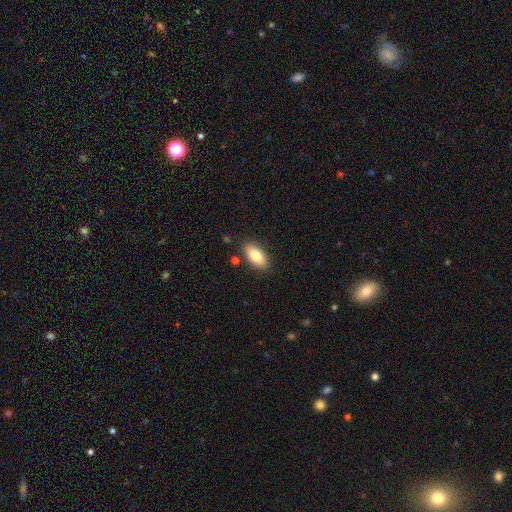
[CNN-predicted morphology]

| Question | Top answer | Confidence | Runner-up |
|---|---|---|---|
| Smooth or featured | smooth | 82% | featured or disk (12%) |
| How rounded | in between | 90% | cigar-shaped (7%) |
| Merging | none | 84% | minor disturbance (10%) |